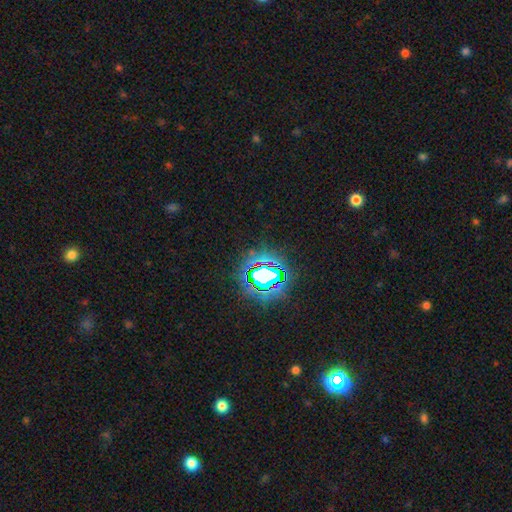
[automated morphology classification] This is clearly a star or artifact rather than a galaxy (81%).